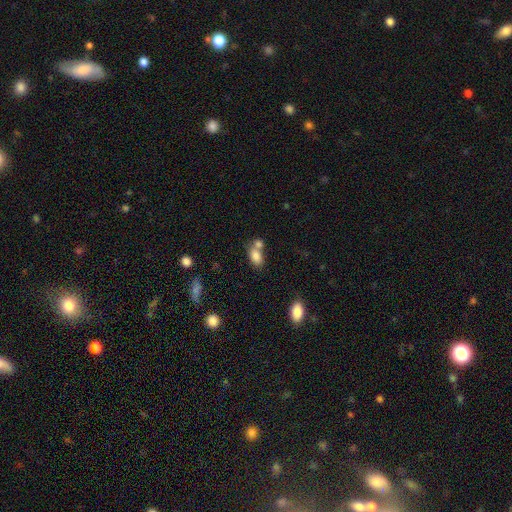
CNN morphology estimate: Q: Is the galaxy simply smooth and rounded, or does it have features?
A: smooth — 81%.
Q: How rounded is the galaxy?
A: in between — 86%.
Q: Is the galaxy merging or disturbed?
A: merger — 46%.